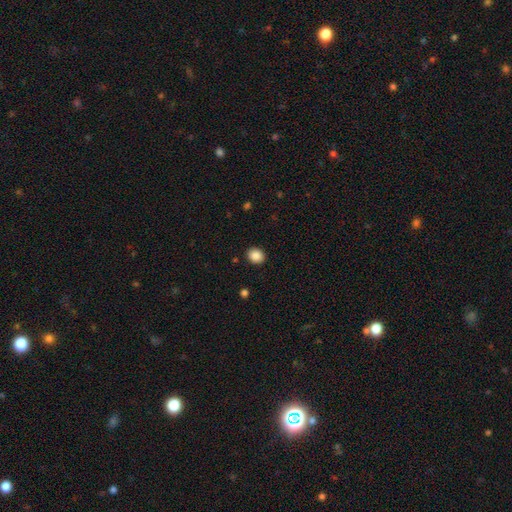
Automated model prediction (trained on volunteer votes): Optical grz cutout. It shows a smooth galaxy with no disk features (88%) that is round (66%). Merging: none (90%).